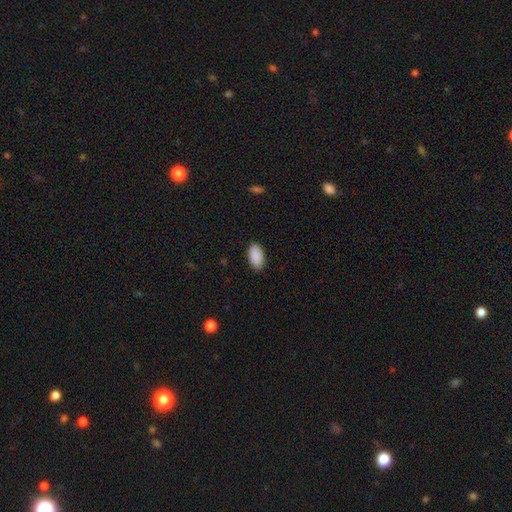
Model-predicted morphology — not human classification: Q: Smooth or featured?
A: smooth (91%); runner-up: star or artifact (6%)
Q: How rounded?
A: in between (95%); runner-up: round (3%)
Q: Merging?
A: none (87%); runner-up: minor disturbance (10%)